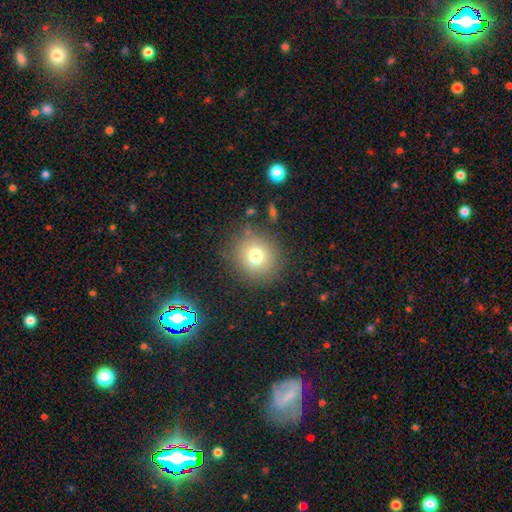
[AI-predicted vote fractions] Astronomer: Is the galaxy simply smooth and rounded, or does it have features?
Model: smooth — 74%.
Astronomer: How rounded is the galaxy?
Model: round — 89%.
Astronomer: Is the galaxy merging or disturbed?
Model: none — 84%.